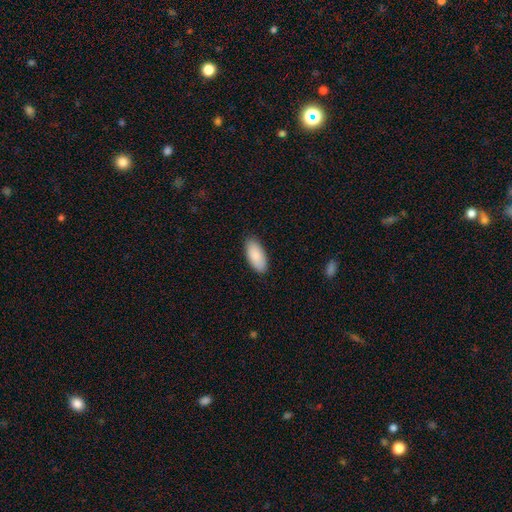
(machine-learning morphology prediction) This appears to be a smooth galaxy with no disk features (90%) that is in between round and cigar-shaped (91%). Merging: none (88%).